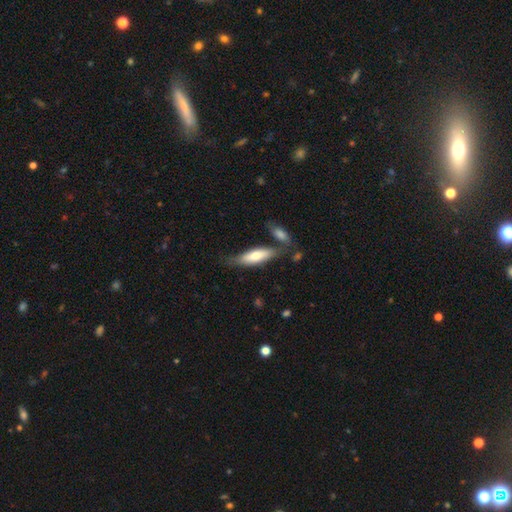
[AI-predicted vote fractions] Smooth or featured?
  - smooth: 66% *
  - featured or disk: 28%
  - star or artifact: 6%
How rounded?
  - cigar-shaped: 49% * (tied)
  - in between: 49% * (tied)
  - round: 2%
Merging?
  - none: 60% *
  - minor disturbance: 18%
  - merger: 16%
  - major disturbance: 6%